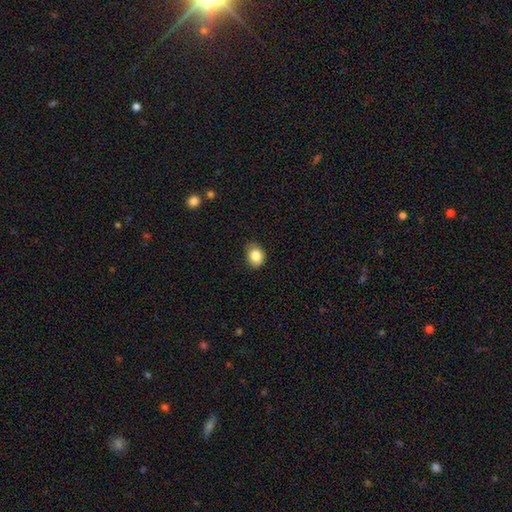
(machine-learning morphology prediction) A smooth galaxy with no disk features (84%) that is in between round and cigar-shaped (51%). Merging: none (77%).